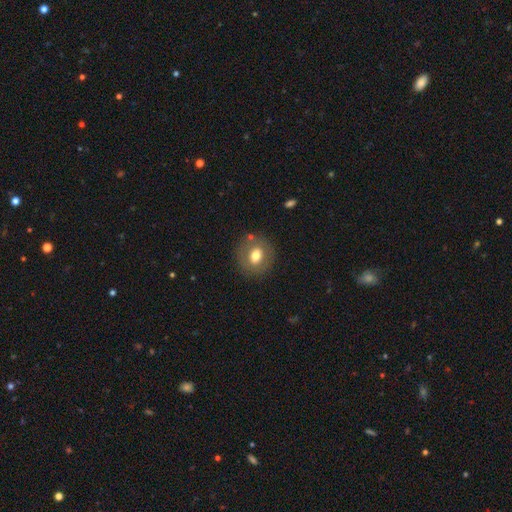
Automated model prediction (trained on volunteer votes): smooth 66%, featured or disk 25%, star or artifact 9%. Down the decision tree: how rounded — round (70%); merging — none (82%).